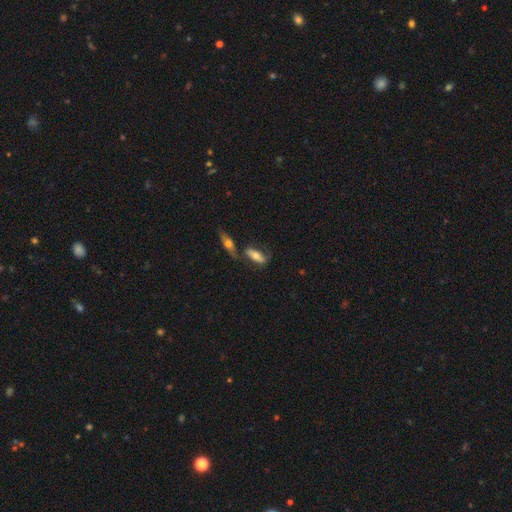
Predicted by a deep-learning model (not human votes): This is possibly a smooth galaxy (47%). Merging: marginally none (43%).